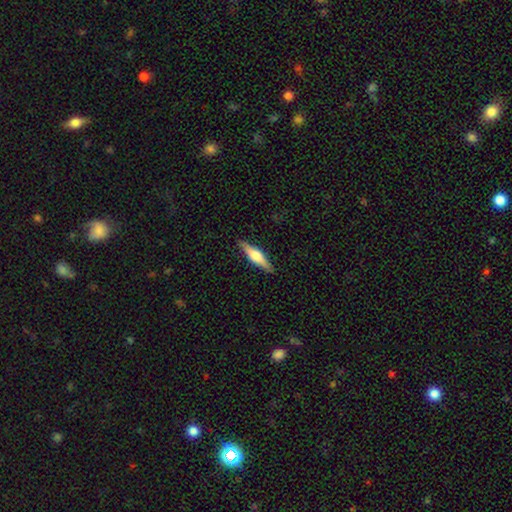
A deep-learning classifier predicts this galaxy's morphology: Overall: featured or disk (56%; smooth 38%). Edge-on disk: yes (96%). Edge-on bulge: rounded (86%). Merging: none (89%).